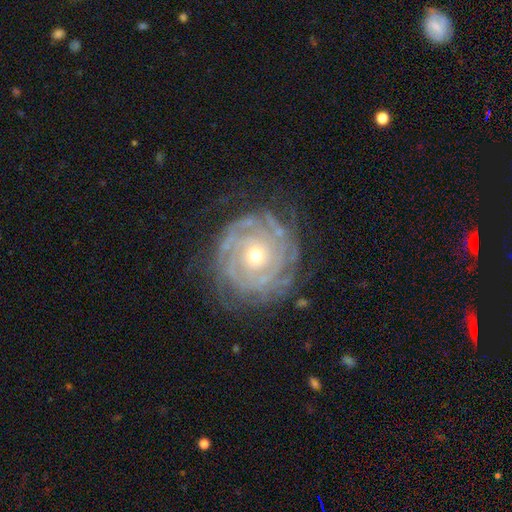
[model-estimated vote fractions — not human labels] A featured or disk galaxy (85%) with no bar (82%), tight (83%) spiral arms (93%) and a small central bulge (51%).

Vote fractions:
- Smooth or featured? featured or disk: 85% / smooth: 9% / star or artifact: 6%
- Edge-on disk? no: 97% / yes: 3%
- Bar? no: 82% / weak: 14% / strong: 5%
- Spiral arms? yes: 93% / no: 7%
- Spiral winding? tight: 83% / medium: 13% / loose: 4%
- Spiral arm count? can't tell: 39% / more than 4: 14% / 4: 14% / 3: 13% / 2: 13% / 1: 6%
- Bulge size? small: 51% / moderate: 45% / large: 2% / dominant: 1% / none: 1%
- Merging? none: 73% / minor disturbance: 17% / major disturbance: 8% / merger: 1%